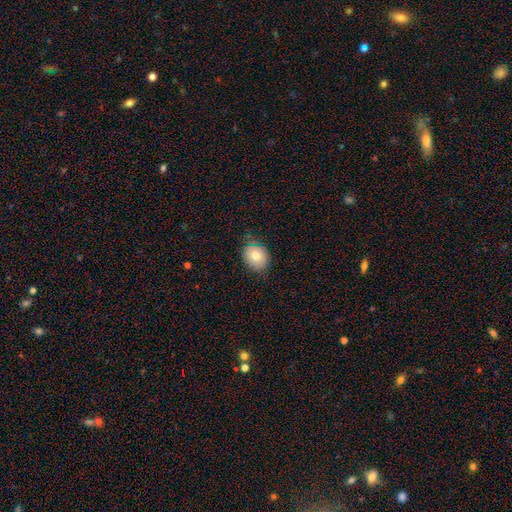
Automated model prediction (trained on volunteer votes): This appears to be a smooth galaxy with no disk features (76%) that is round (64%). Merging: none (78%).